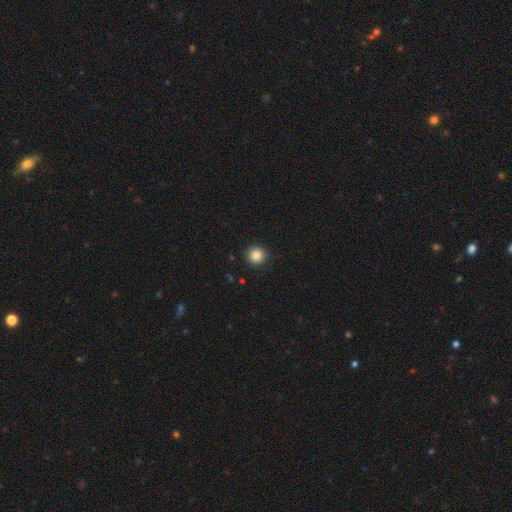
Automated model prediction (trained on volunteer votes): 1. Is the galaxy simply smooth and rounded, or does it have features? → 86% smooth, 10% star or artifact, 4% featured or disk.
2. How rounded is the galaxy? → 94% round, 5% in between, 1% cigar-shaped.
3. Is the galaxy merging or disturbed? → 92% none, 6% minor disturbance, 2% major disturbance, 1% merger.